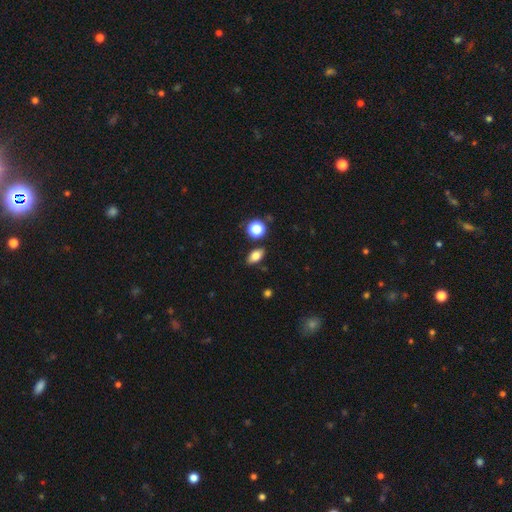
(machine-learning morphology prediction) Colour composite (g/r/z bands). It shows a smooth galaxy with no disk features (79%) that is in between round and cigar-shaped (84%). Merging: none (83%).